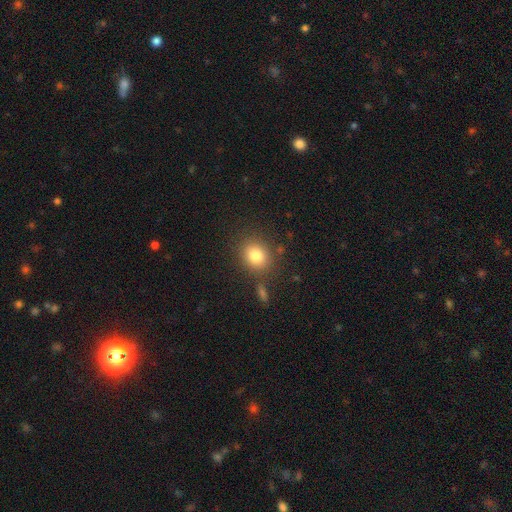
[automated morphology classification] type=smooth (82%); roundness=round (67%); merging=none (80%).